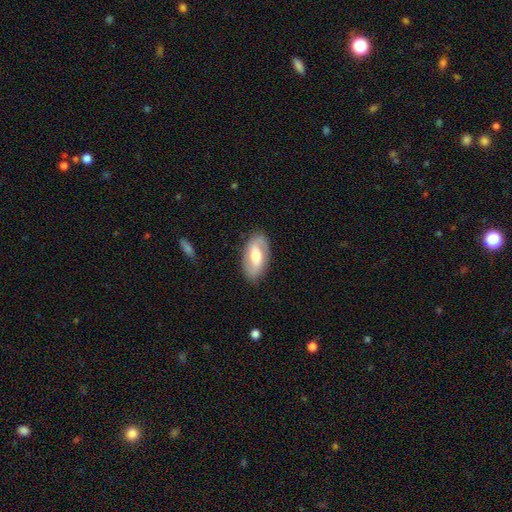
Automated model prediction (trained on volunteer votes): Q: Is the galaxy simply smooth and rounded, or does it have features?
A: featured or disk — 62%.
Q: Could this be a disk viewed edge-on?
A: no — 92%.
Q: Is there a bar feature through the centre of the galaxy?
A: weak — 43%.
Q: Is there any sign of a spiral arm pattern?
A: yes — 77%.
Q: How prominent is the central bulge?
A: moderate — 65%.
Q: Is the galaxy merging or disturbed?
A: none — 84%.